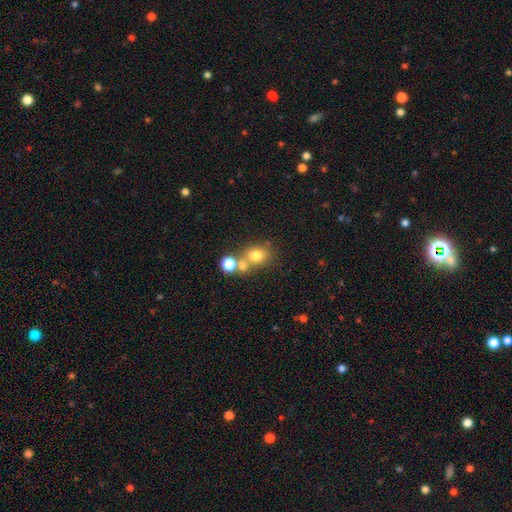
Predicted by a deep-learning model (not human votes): This is likely a smooth galaxy (74%). How rounded: likely round (70%). Merging: possibly none (52%).